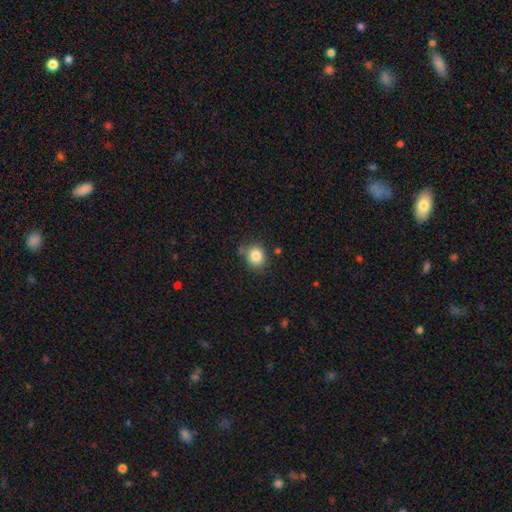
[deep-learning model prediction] This is clearly a smooth galaxy (84%). How rounded: likely round (69%). Merging: likely none (77%).